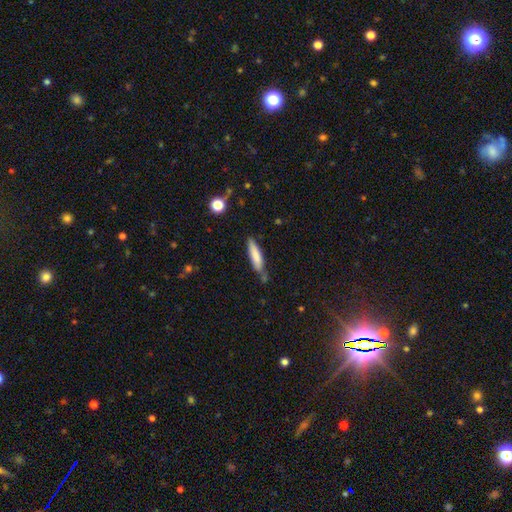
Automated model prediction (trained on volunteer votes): Smooth or featured?
  - smooth: 78% *
  - featured or disk: 16%
  - star or artifact: 6%
How rounded?
  - cigar-shaped: 82% *
  - in between: 17%
  - round: 1%
Merging?
  - none: 68% *
  - minor disturbance: 21%
  - merger: 7%
  - major disturbance: 4%